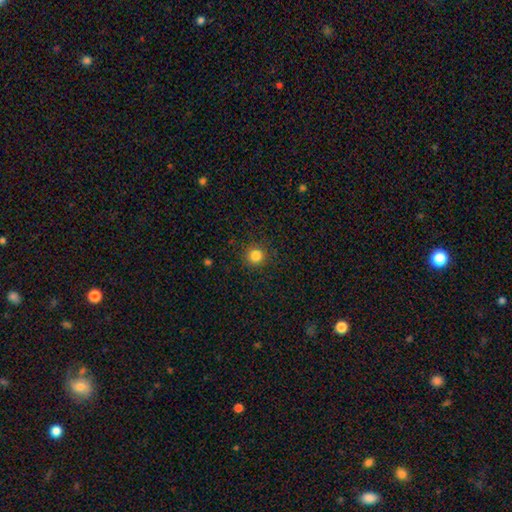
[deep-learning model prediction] Q: Smooth or featured?
A: smooth (84%); runner-up: star or artifact (12%)
Q: How rounded?
A: round (94%); runner-up: in between (5%)
Q: Merging?
A: none (90%); runner-up: minor disturbance (6%)